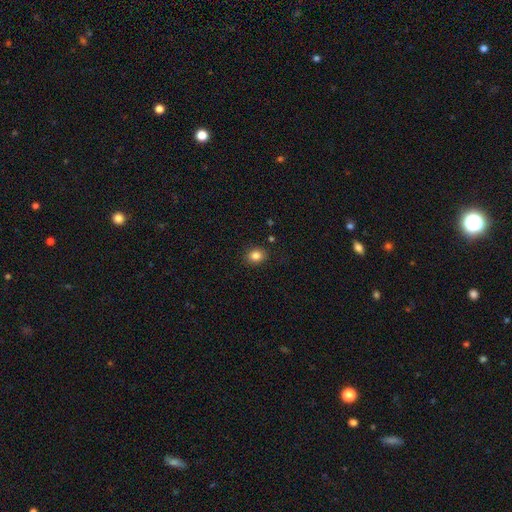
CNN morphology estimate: This appears to be a smooth galaxy with no disk features (84%) that is round (62%). Merging: none (88%).